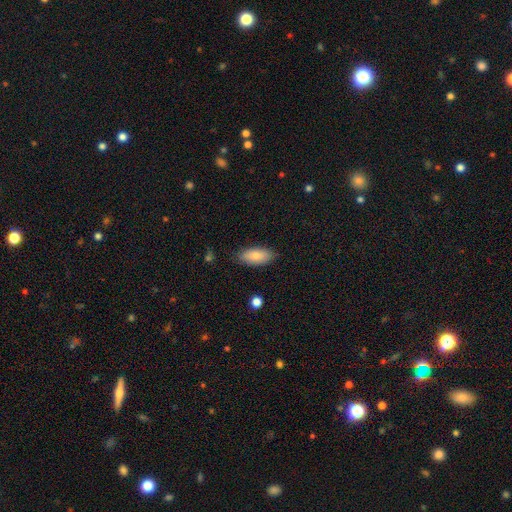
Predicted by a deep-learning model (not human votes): Smooth or featured: smooth — 84% (featured or disk — 9%)
How rounded: in between — 88% (cigar-shaped — 10%)
Merging: none — 83% (minor disturbance — 13%)